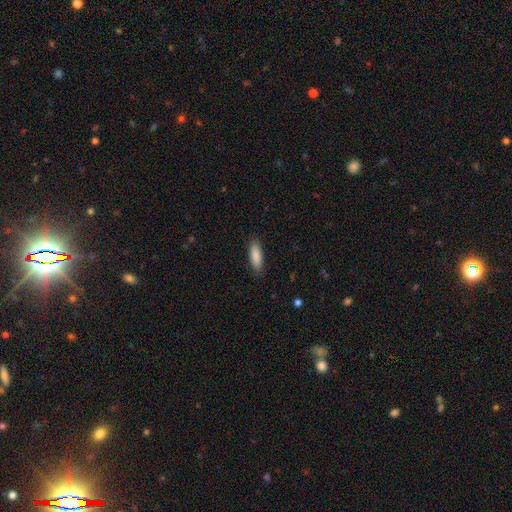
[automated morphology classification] A smooth galaxy with no disk features (88%) that is in between round and cigar-shaped (49%, tied with cigar-shaped).

Vote fractions:
- Smooth or featured? smooth: 88% / featured or disk: 6% / star or artifact: 6%
- How rounded? in between: 49% (tied) / cigar-shaped: 49% (tied) / round: 1%
- Merging? none: 88% / minor disturbance: 9% / major disturbance: 2% / merger: 1%